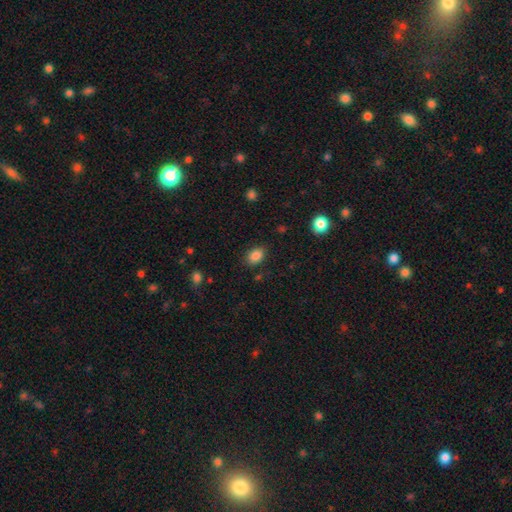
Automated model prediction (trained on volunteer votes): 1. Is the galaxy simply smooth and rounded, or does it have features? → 86% smooth, 10% star or artifact, 5% featured or disk.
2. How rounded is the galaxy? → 76% in between, 23% round, 1% cigar-shaped.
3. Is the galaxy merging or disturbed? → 84% none, 11% minor disturbance, 3% major disturbance, 2% merger.